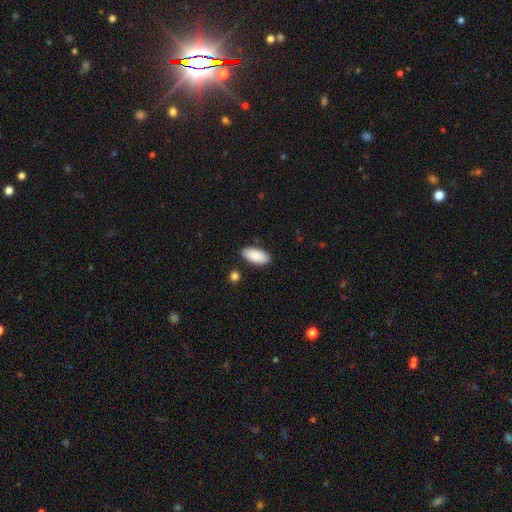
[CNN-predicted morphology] Smooth or featured? smooth (90%)
How rounded? in between (91%)
Merging? none (86%)